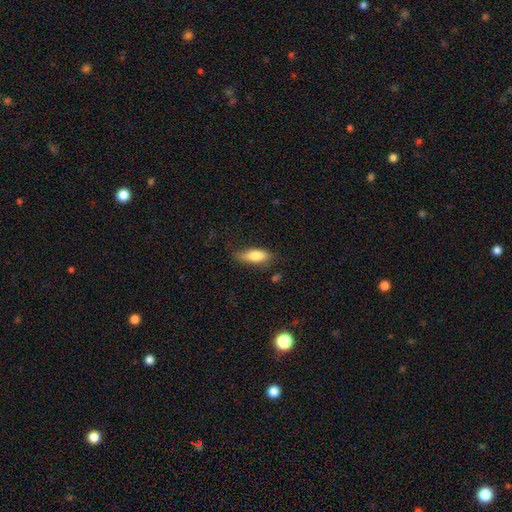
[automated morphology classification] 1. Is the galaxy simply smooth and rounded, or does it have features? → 77% smooth, 16% featured or disk, 7% star or artifact.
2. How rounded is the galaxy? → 68% in between, 30% cigar-shaped, 2% round.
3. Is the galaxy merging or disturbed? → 63% none, 27% minor disturbance, 7% major disturbance, 2% merger.